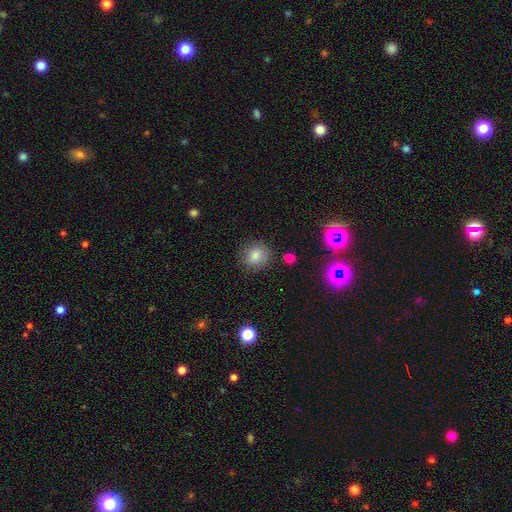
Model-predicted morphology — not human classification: type=smooth (82%); roundness=round (80%); merging=none (85%).